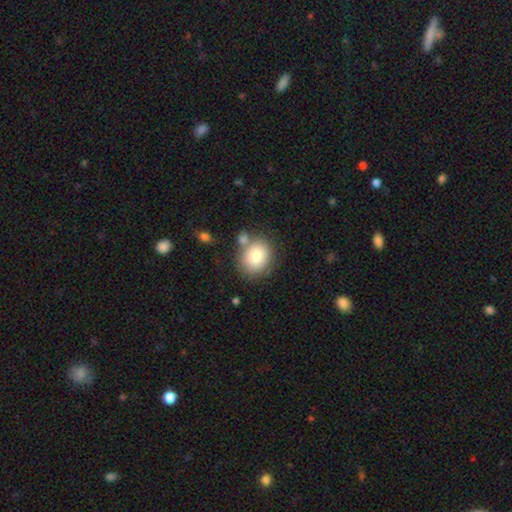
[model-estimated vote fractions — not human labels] The model was most divided on "how rounded": round: 63%, in between: 36%, cigar-shaped: 1%. More confident: smooth or featured — smooth (81%); merging — none (65%).